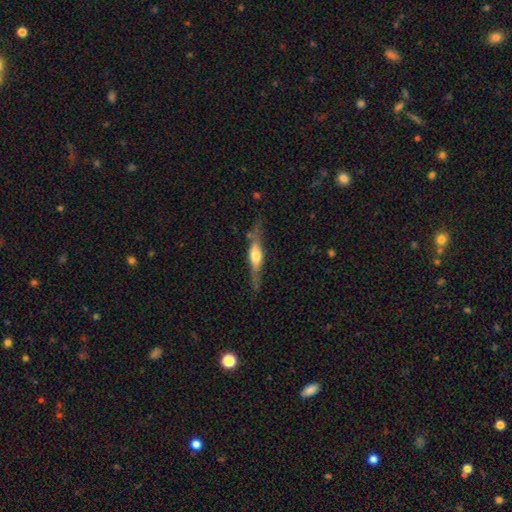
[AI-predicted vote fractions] Smooth or featured: featured or disk — 65% (smooth — 29%)
Edge-on disk: yes — 94% (no — 6%)
Edge-on bulge: rounded — 85% (boxy — 11%)
Merging: none — 75% (minor disturbance — 17%)